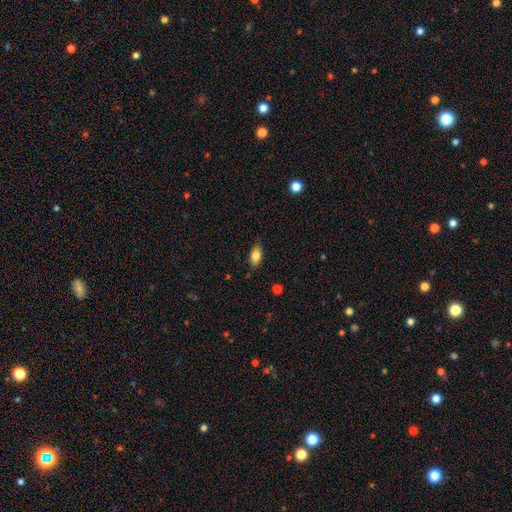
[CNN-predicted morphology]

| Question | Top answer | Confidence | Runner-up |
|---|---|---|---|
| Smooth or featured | smooth | 82% | featured or disk (10%) |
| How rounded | in between | 88% | cigar-shaped (7%) |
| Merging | none | 82% | minor disturbance (14%) |